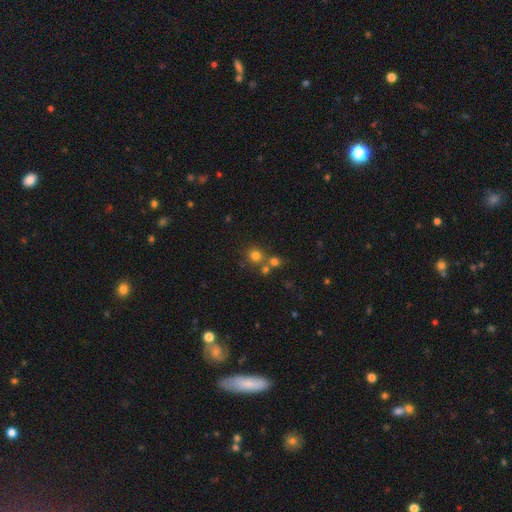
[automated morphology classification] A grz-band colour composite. It shows a smooth galaxy with no disk features (72%) that is round (89%). Merging: none (60%).